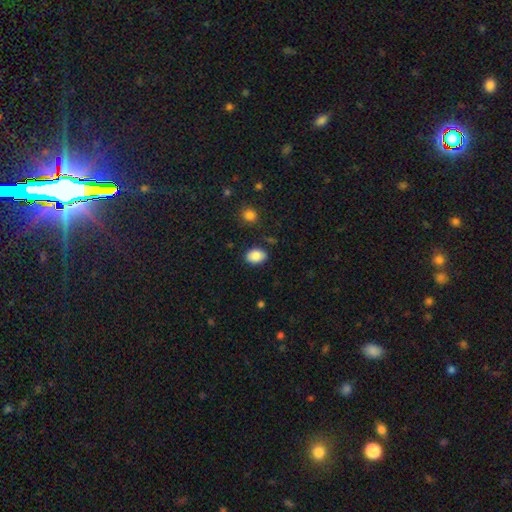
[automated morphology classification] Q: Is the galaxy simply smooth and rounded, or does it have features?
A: smooth — 87%.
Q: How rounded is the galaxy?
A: in between — 80%.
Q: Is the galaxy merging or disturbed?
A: none — 84%.